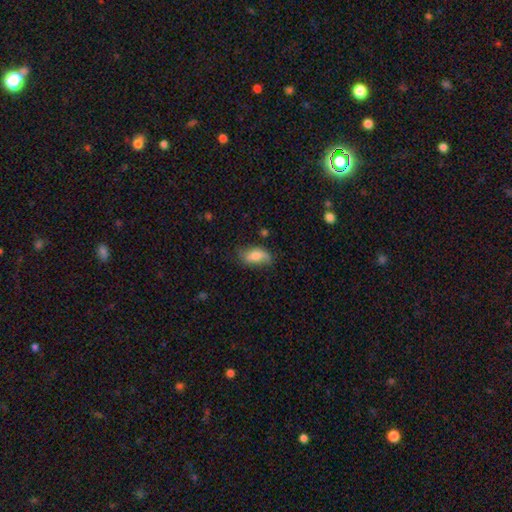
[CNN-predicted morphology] Smooth or featured: smooth — 62% (featured or disk — 30%)
How rounded: in between — 87% (cigar-shaped — 7%)
Merging: none — 63% (minor disturbance — 26%)